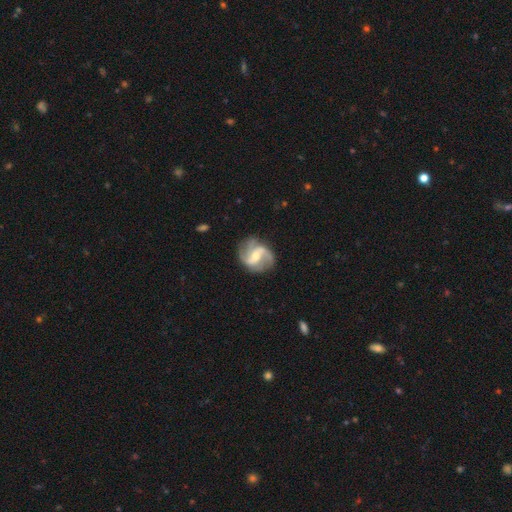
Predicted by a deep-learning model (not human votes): Overall: featured or disk (87%). Edge-on disk: no (98%). Bar: weak (47%; strong 27%). Spiral arms: yes (96%). Spiral arm count: 2 (66%). Spiral winding: loose (44%; medium 43%). Bulge size: moderate (56%; small 39%). Merging: none (76%).